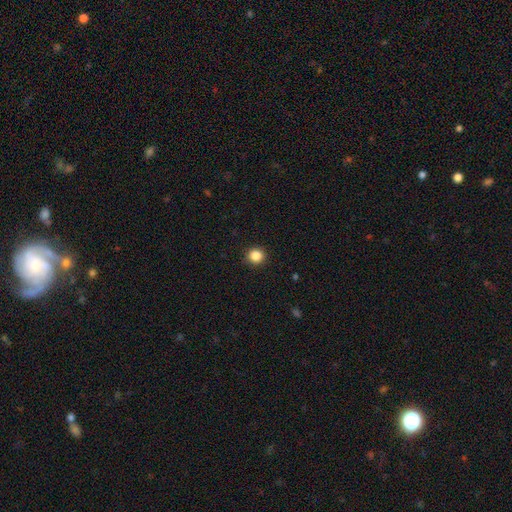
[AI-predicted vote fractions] This is clearly a smooth galaxy (86%). How rounded: clearly round (93%). Merging: clearly none (92%).